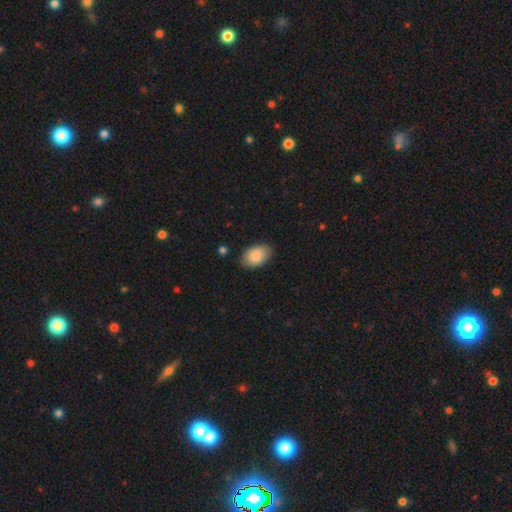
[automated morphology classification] A smooth galaxy with no disk features (87%) that is in between round and cigar-shaped (88%).

Vote fractions:
- Smooth or featured? smooth: 87% / featured or disk: 7% / star or artifact: 6%
- How rounded? in between: 88% / round: 10% / cigar-shaped: 1%
- Merging? none: 82% / minor disturbance: 14% / major disturbance: 3% / merger: 1%